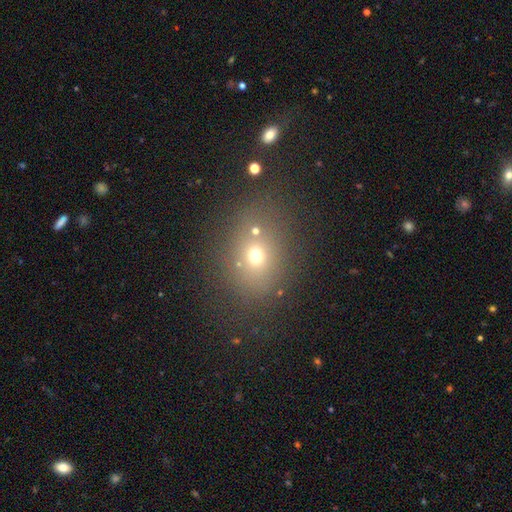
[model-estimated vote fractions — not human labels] smooth-or-featured: smooth: 64% | star or artifact: 23% | featured or disk: 14%
  how-rounded: round: 57% | in between: 42% | cigar-shaped: 1%
  merging: none: 71% | minor disturbance: 13% | merger: 9% | major disturbance: 7%